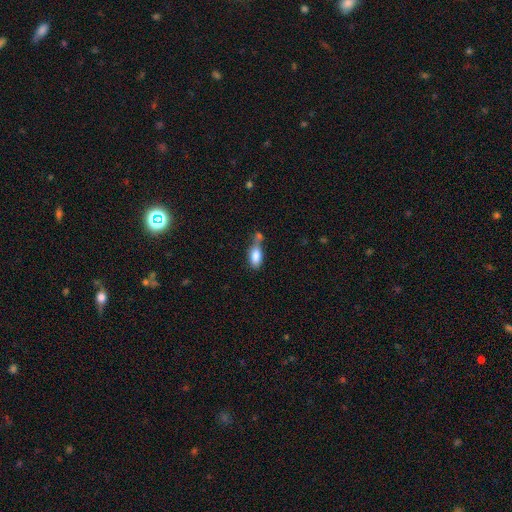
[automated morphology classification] A smooth galaxy with no disk features (81%) that is in between round and cigar-shaped (84%).

Vote fractions:
- Smooth or featured? smooth: 81% / featured or disk: 11% / star or artifact: 8%
- How rounded? in between: 84% / cigar-shaped: 12% / round: 4%
- Merging? merger: 37% / none: 33% / minor disturbance: 20% / major disturbance: 9%